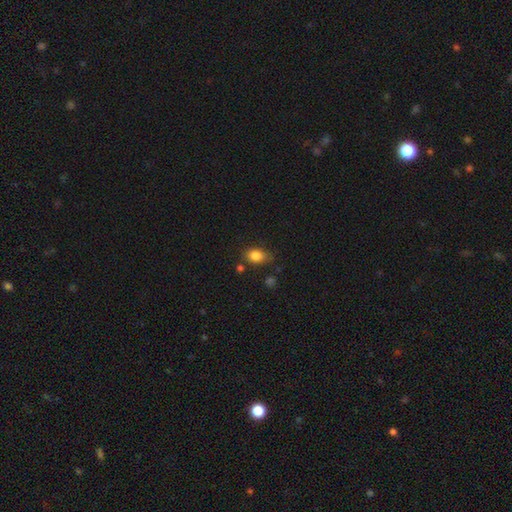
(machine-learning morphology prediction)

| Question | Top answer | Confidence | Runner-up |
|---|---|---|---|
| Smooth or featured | smooth | 85% | star or artifact (10%) |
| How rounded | in between | 71% | round (27%) |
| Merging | none | 69% | minor disturbance (21%) |